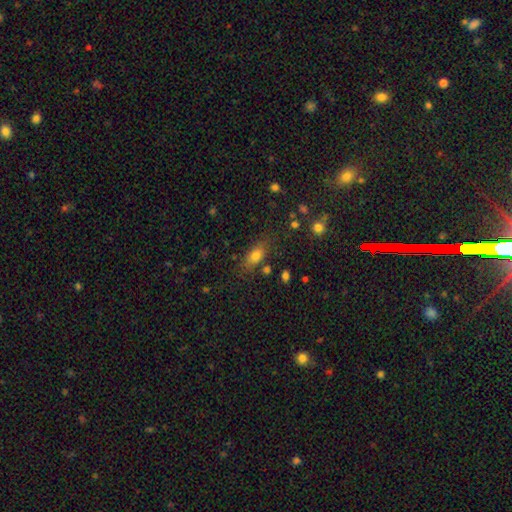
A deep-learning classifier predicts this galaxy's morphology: A smooth galaxy with no disk features (76%) that is in between round and cigar-shaped (78%). Merging: none (72%).